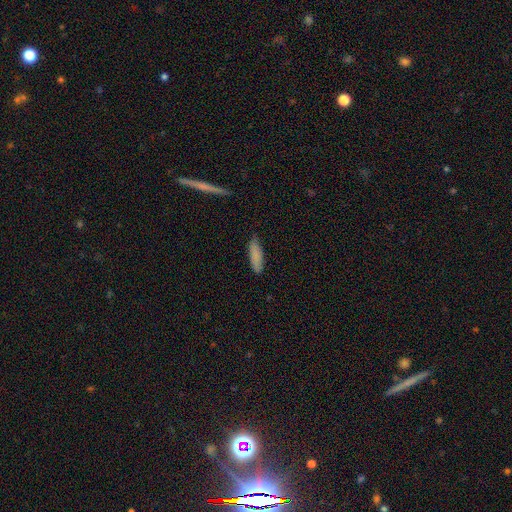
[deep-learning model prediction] A smooth galaxy with no disk features (84%) that is cigar-shaped (57%). Merging: none (80%).